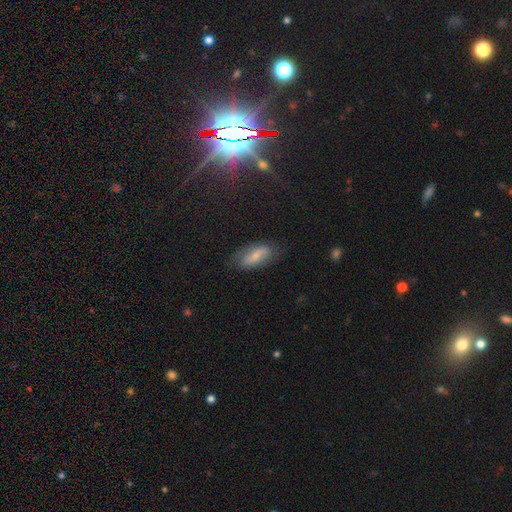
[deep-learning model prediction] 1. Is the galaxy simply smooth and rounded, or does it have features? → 47% smooth, 43% featured or disk, 9% star or artifact.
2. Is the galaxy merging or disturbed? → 73% none, 19% minor disturbance, 6% major disturbance, 2% merger.